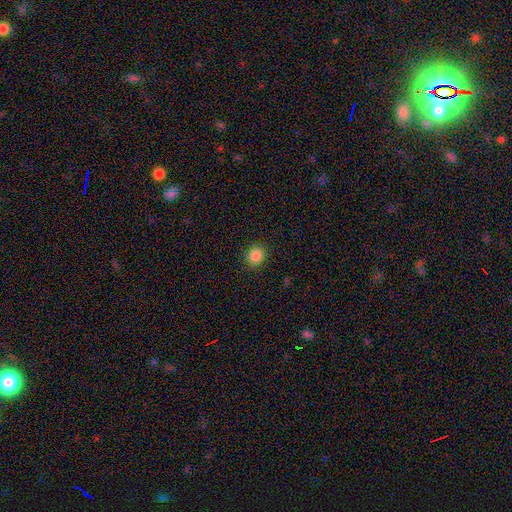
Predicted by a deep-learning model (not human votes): This is clearly a smooth galaxy (86%). How rounded: likely round (79%). Merging: clearly none (91%).